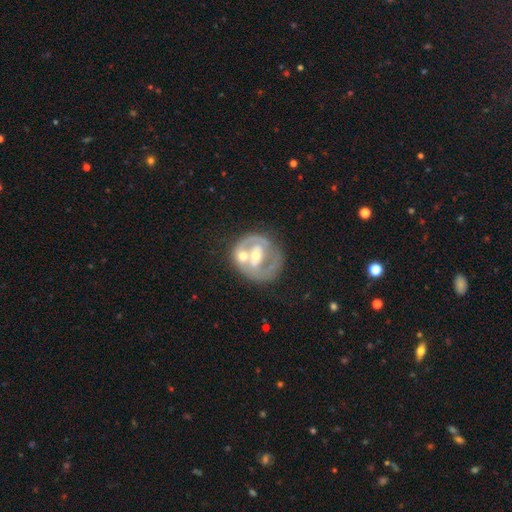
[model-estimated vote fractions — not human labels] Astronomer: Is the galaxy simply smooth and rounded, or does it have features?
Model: featured or disk — 71%.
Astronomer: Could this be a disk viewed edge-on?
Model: no — 97%.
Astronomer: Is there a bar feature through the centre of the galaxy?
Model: no — 59%.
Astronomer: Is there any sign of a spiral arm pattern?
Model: no — 58% (runner-up: yes, 42%).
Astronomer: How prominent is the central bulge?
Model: moderate — 67%.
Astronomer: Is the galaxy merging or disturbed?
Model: merger — 39% (runner-up: none, 37%).